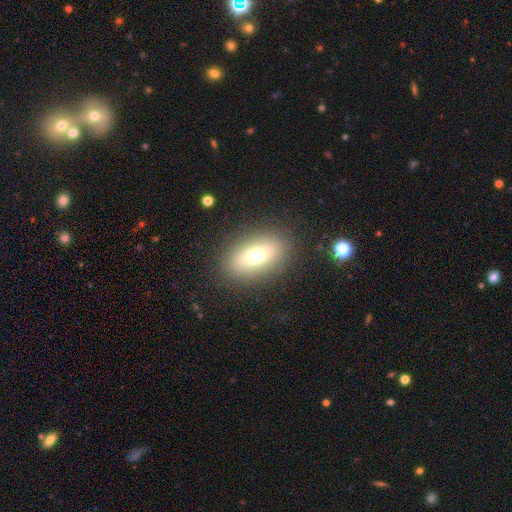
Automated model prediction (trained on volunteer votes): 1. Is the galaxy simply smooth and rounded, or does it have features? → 69% smooth, 20% featured or disk, 11% star or artifact.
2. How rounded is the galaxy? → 83% in between, 12% round, 5% cigar-shaped.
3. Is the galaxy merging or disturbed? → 86% none, 9% minor disturbance, 4% major disturbance, 1% merger.